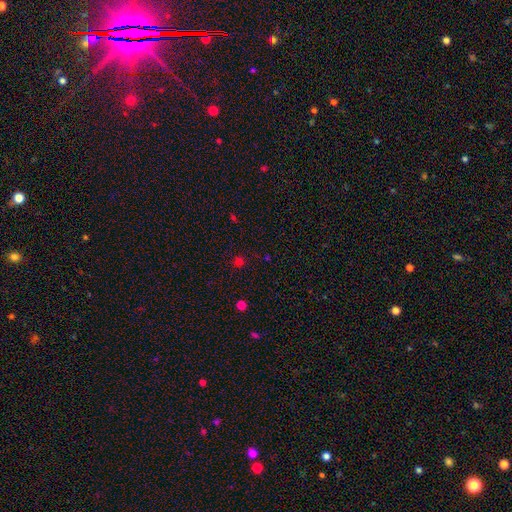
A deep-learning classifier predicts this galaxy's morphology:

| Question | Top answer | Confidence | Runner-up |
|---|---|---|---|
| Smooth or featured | smooth | 55% | star or artifact (39%) |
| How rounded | round | 90% | in between (9%) |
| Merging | none | 85% | minor disturbance (9%) |